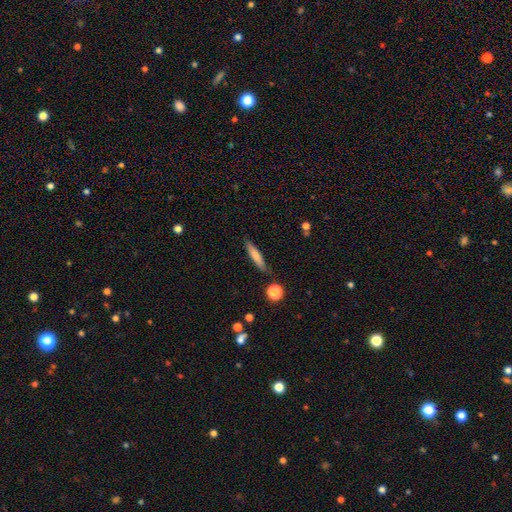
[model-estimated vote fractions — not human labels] A smooth galaxy with no disk features (73%) that is cigar-shaped (89%). Merging: none (84%).